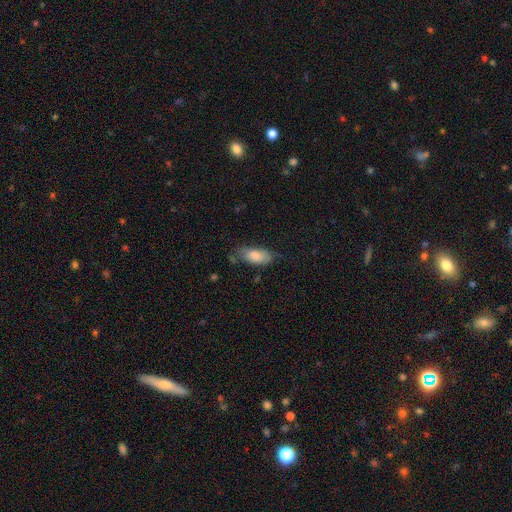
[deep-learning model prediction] Smooth or featured: smooth — 81% (featured or disk — 13%)
How rounded: in between — 87% (cigar-shaped — 11%)
Merging: none — 61% (minor disturbance — 28%)